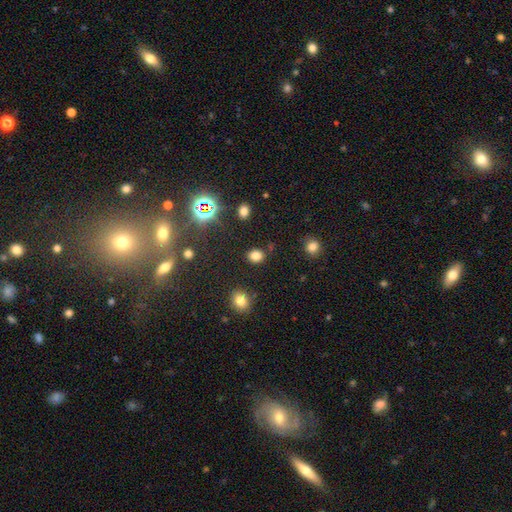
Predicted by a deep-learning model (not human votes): Smooth or featured? smooth (78%)
How rounded? round (58%)
Merging? none (84%)